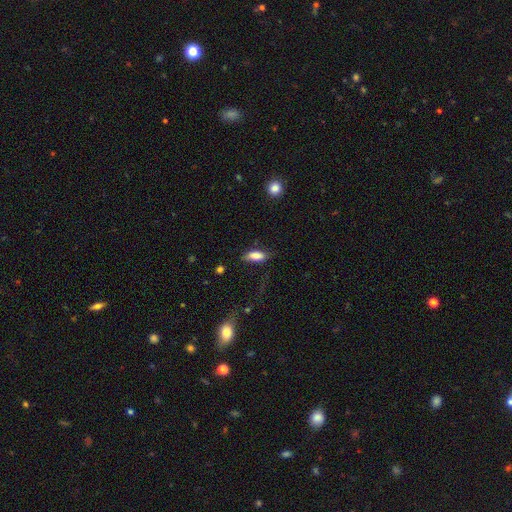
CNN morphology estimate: A smooth galaxy with no disk features (81%) that is in between round and cigar-shaped (78%).

Vote fractions:
- Smooth or featured? smooth: 81% / featured or disk: 12% / star or artifact: 8%
- How rounded? in between: 78% / cigar-shaped: 20% / round: 3%
- Merging? none: 70% / minor disturbance: 21% / major disturbance: 7% / merger: 2%